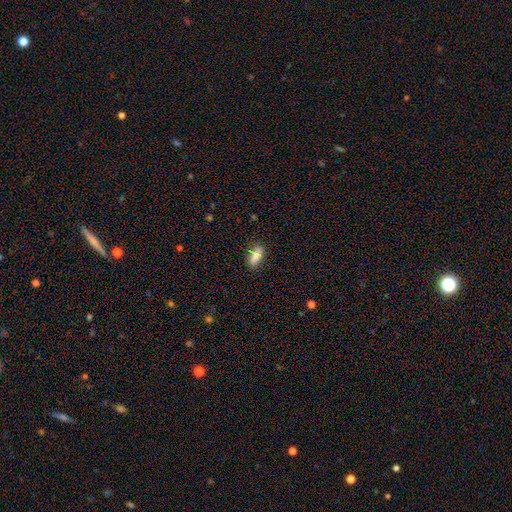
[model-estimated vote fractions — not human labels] This appears to be a smooth galaxy with no disk features (83%) that is in between round and cigar-shaped (78%). Merging: none (80%).